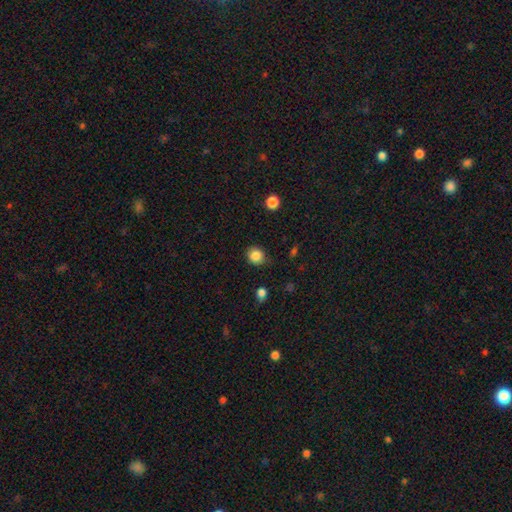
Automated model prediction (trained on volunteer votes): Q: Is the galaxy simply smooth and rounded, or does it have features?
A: smooth — 85%.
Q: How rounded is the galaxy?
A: round — 83%.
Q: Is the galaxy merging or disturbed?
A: none — 82%.